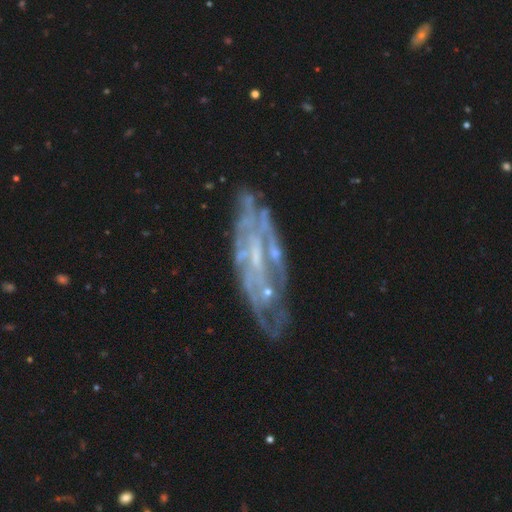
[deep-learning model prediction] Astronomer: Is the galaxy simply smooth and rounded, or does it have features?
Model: featured or disk — 77%.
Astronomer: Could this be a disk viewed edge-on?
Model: no — 82%.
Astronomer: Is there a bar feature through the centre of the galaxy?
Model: no — 47% (runner-up: weak, 34%).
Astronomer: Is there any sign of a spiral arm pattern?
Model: yes — 63%.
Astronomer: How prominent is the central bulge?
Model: small — 45% (runner-up: none, 39%).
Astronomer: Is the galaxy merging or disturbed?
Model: none — 64%.